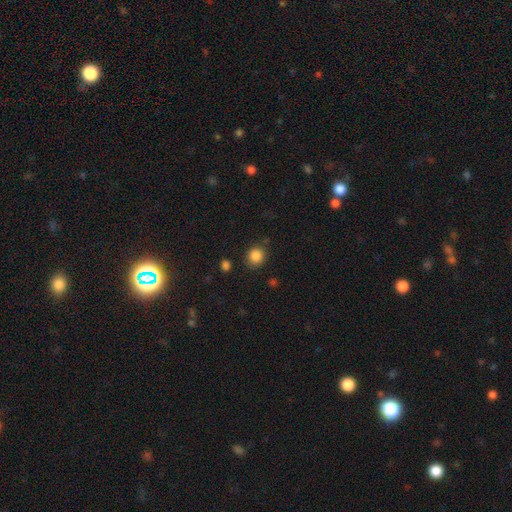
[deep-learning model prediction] This is clearly a smooth galaxy (86%). How rounded: clearly round (87%). Merging: clearly none (83%).